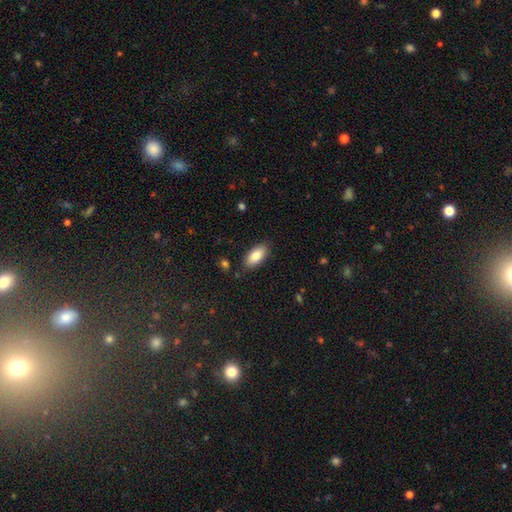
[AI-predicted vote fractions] Q: Smooth or featured?
A: smooth (83%); runner-up: featured or disk (10%)
Q: How rounded?
A: in between (90%); runner-up: cigar-shaped (8%)
Q: Merging?
A: none (85%); runner-up: minor disturbance (11%)